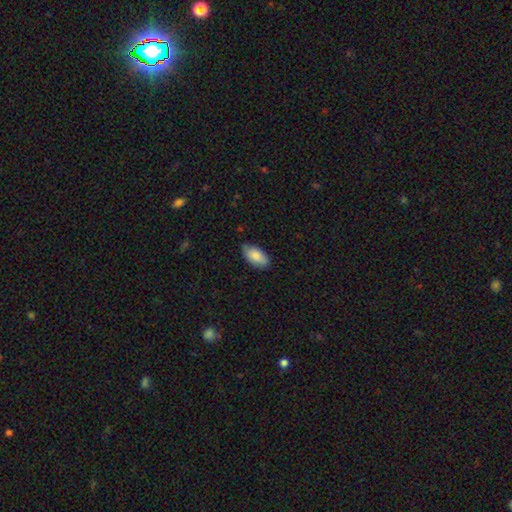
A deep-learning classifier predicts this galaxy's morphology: The model was most divided on "merging": none: 78%, minor disturbance: 18%, major disturbance: 3%, merger: 1%. More confident: how rounded — in between (93%); smooth or featured — smooth (84%).